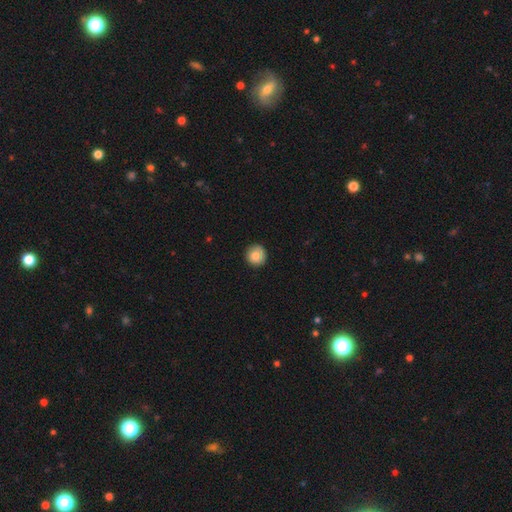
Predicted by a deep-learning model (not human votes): smooth 81%, featured or disk 10%, star or artifact 8%. Down the decision tree: how rounded — round (94%); merging — none (87%).